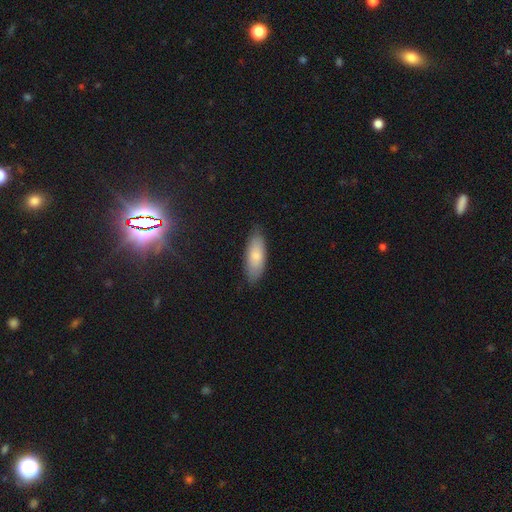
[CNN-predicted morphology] smooth_or_featured: smooth (p=0.79) [alt: featured or disk p=0.15]
how_rounded: in between (p=0.74) [alt: cigar-shaped p=0.24]
merging: none (p=0.81) [alt: minor disturbance p=0.15]